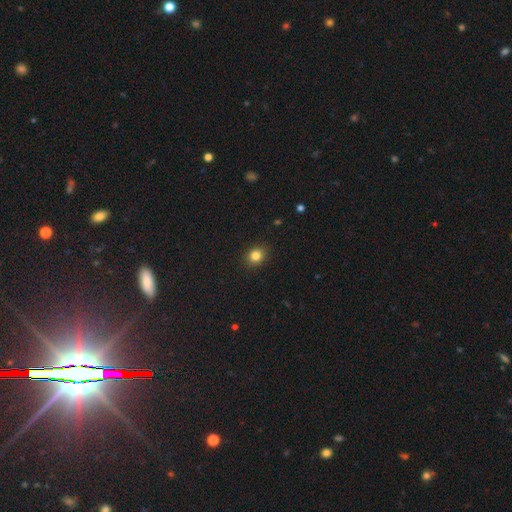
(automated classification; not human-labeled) This is clearly a smooth galaxy (83%). How rounded: likely round (65%). Merging: clearly none (90%).